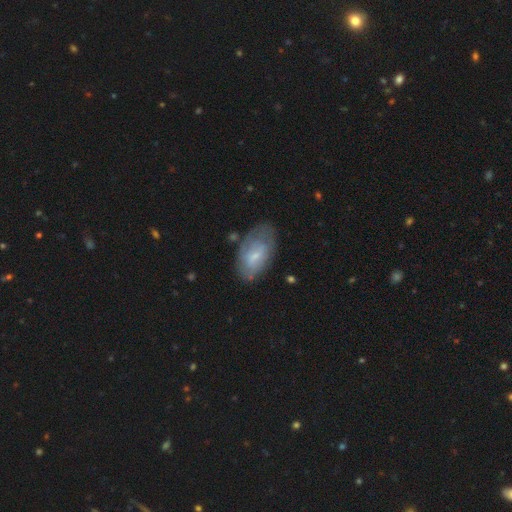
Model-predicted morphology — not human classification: Smooth or featured: smooth — 53% (featured or disk — 40%)
How rounded: in between — 92% (round — 5%)
Merging: none — 61% (minor disturbance — 26%)